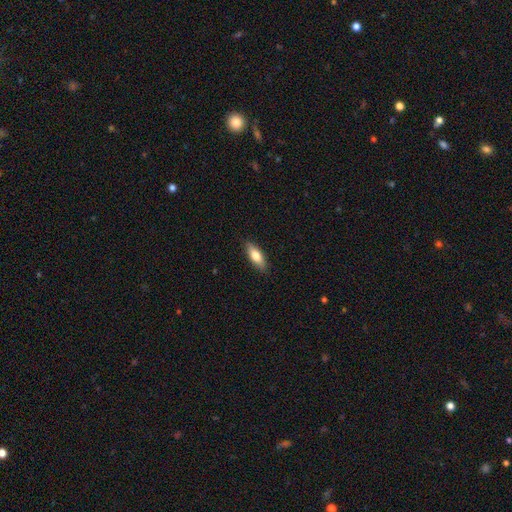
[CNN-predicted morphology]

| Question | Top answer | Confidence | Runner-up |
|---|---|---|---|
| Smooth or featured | smooth | 74% | featured or disk (20%) |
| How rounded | in between | 65% | cigar-shaped (33%) |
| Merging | none | 88% | minor disturbance (9%) |